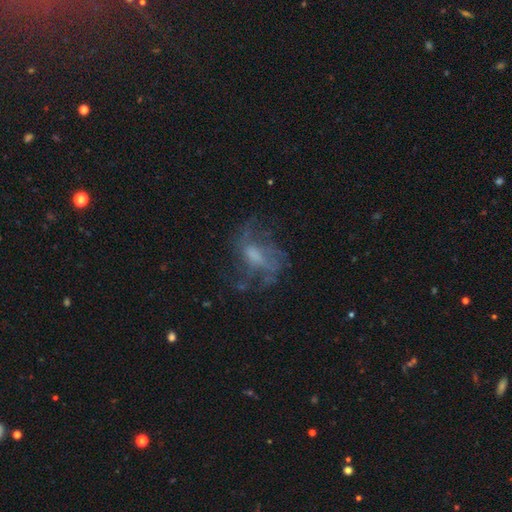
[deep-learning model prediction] Q: Smooth or featured?
A: featured or disk (65%); runner-up: smooth (21%)
Q: Edge-on disk?
A: no (95%); runner-up: yes (5%)
Q: Bar?
A: no (48%); runner-up: weak (41%)
Q: Spiral arms?
A: yes (67%); runner-up: no (33%)
Q: Bulge size?
A: moderate (38%); runner-up: none (26%)
Q: Merging?
A: none (51%); runner-up: major disturbance (29%)